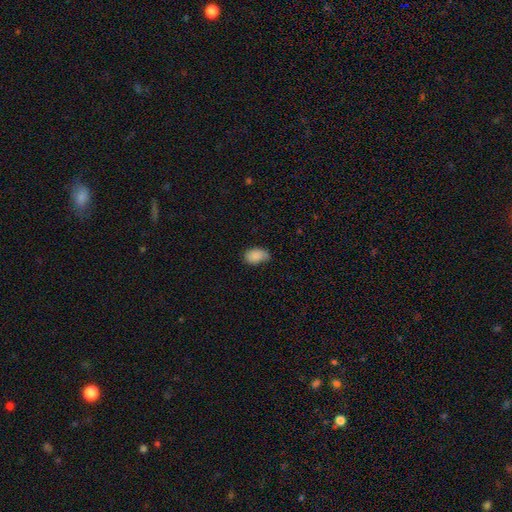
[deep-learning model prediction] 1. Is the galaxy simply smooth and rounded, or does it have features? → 85% smooth, 8% featured or disk, 8% star or artifact.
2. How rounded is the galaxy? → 87% in between, 12% round, 1% cigar-shaped.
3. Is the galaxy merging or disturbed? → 54% none, 35% minor disturbance, 9% major disturbance, 2% merger.